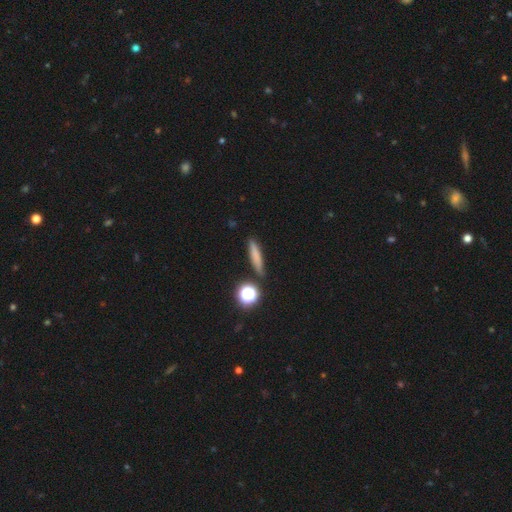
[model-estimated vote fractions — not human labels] This is likely a smooth galaxy (72%). How rounded: clearly cigar-shaped (82%). Merging: clearly none (84%).